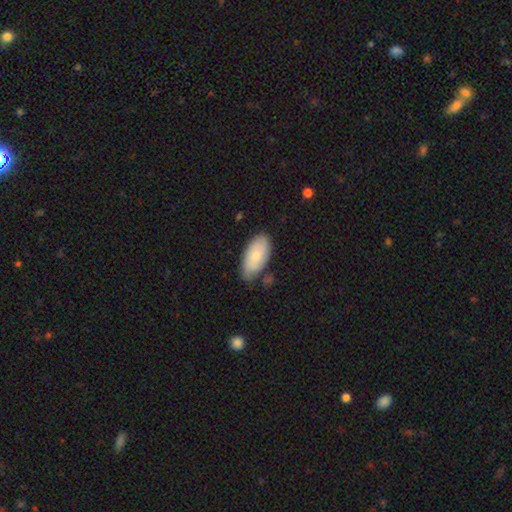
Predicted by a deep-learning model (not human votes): Smooth or featured?
  - smooth: 81% *
  - featured or disk: 14%
  - star or artifact: 6%
How rounded?
  - in between: 94% *
  - cigar-shaped: 4%
  - round: 2%
Merging?
  - none: 69% *
  - minor disturbance: 23%
  - major disturbance: 4%
  - merger: 4%